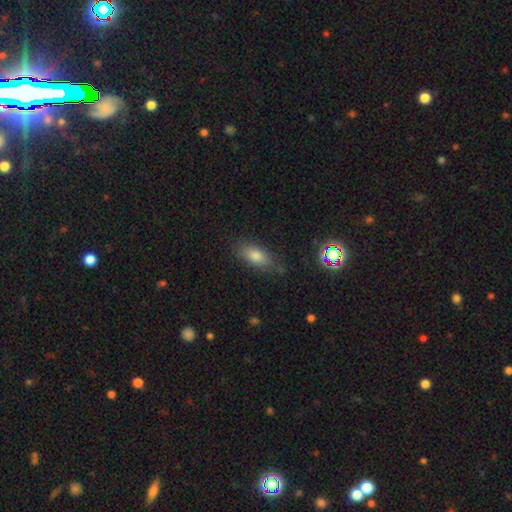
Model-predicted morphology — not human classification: smooth-or-featured: smooth: 76% | star or artifact: 13% | featured or disk: 11%
  how-rounded: in between: 80% | cigar-shaped: 14% | round: 6%
  merging: none: 79% | minor disturbance: 14% | major disturbance: 4% | merger: 2%